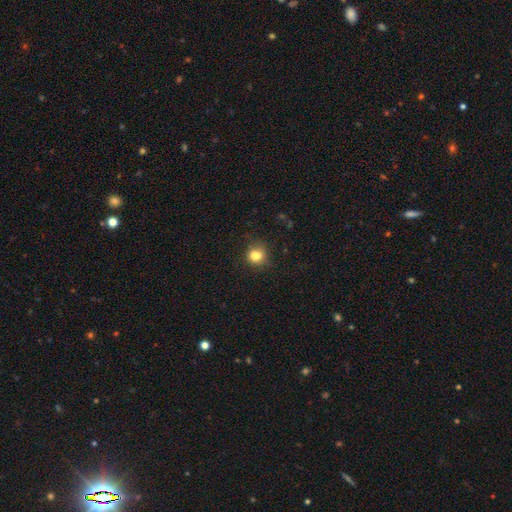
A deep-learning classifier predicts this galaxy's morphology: This is clearly a smooth galaxy (81%). How rounded: likely round (78%). Merging: likely none (72%).